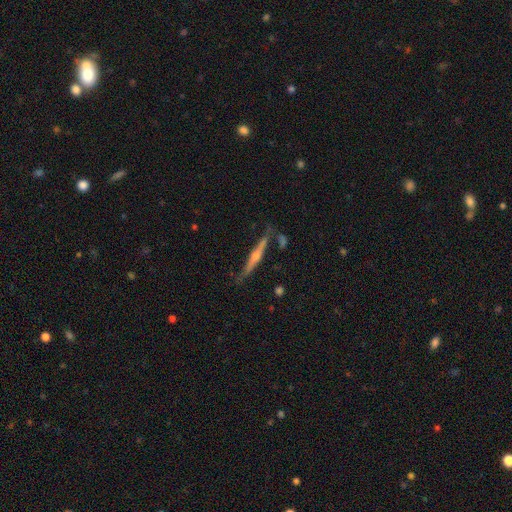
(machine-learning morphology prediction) The model was most divided on "smooth or featured": featured or disk: 77%, smooth: 17%, star or artifact: 6%. More confident: edge-on disk — yes (97%); edge-on bulge — rounded (83%); merging — none (77%).